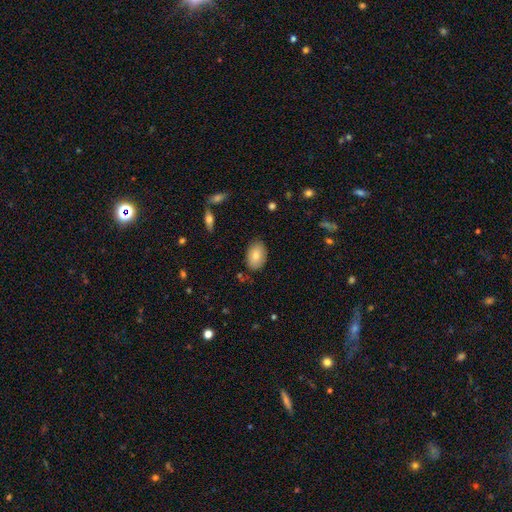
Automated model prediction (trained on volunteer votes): This is likely a smooth galaxy (80%). How rounded: clearly in between (90%). Merging: clearly none (82%).